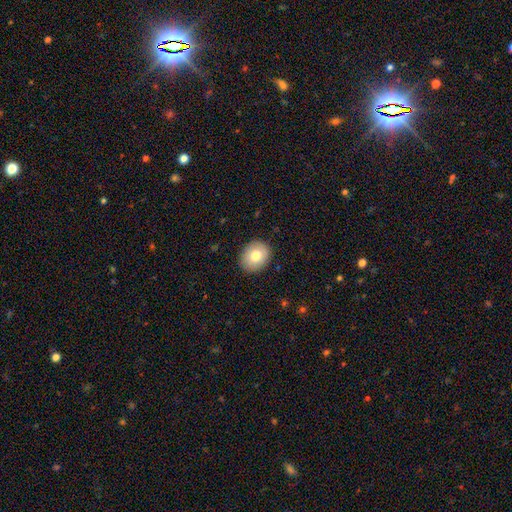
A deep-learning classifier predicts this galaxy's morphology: Smooth or featured? smooth (78%)
How rounded? round (55%)
Merging? none (88%)